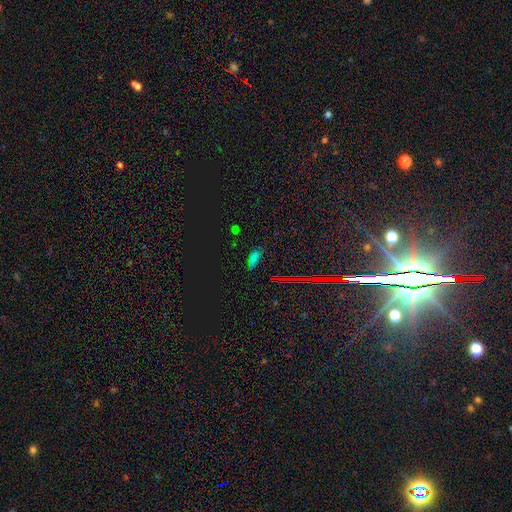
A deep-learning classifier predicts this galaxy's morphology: Overall: star or artifact (45%, tied with smooth).